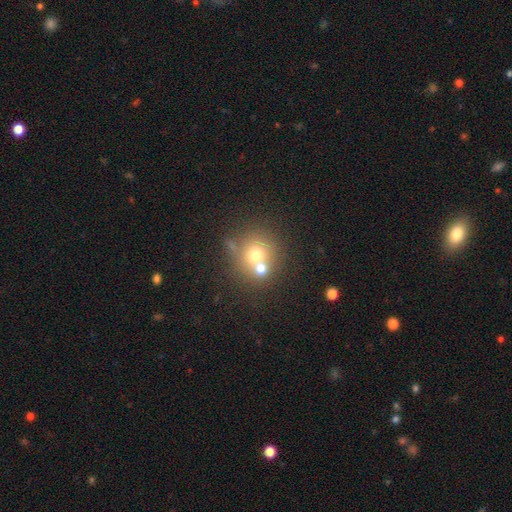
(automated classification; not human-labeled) This appears to be a smooth galaxy with no disk features (65%) that is round (88%). Merging: none (47%).